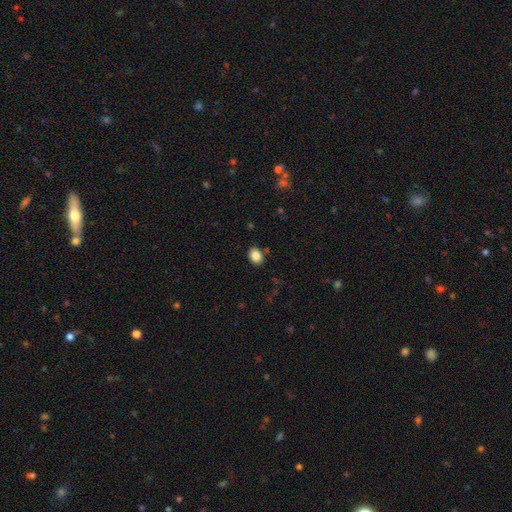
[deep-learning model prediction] This is clearly a smooth galaxy (86%). How rounded: likely in between (62%). Merging: clearly none (86%).